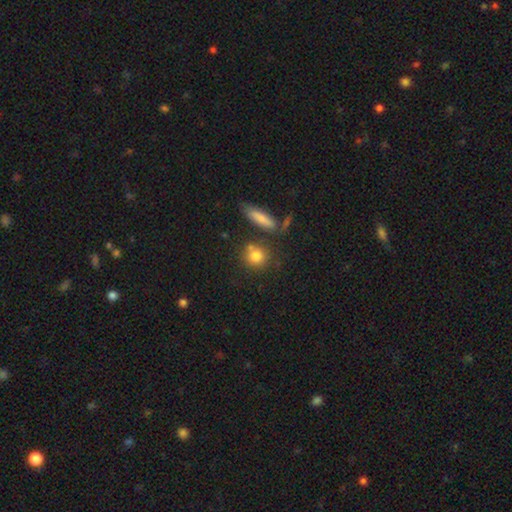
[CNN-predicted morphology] A smooth galaxy with no disk features (80%) that is round (76%). Merging: none (65%).